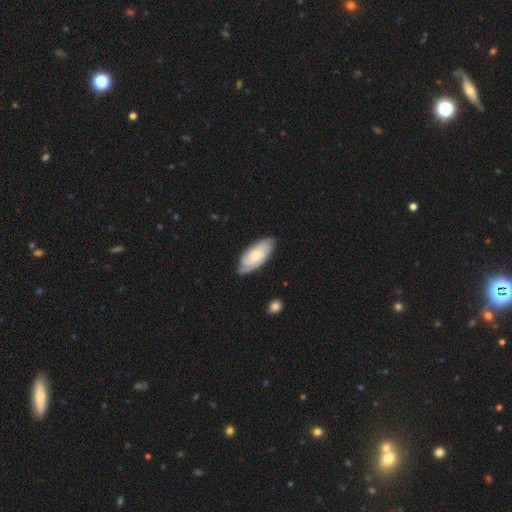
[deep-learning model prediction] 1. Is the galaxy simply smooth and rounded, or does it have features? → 55% featured or disk, 39% smooth, 6% star or artifact.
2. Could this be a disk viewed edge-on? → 90% no, 10% yes.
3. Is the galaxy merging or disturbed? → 76% none, 19% minor disturbance, 4% major disturbance, 1% merger.